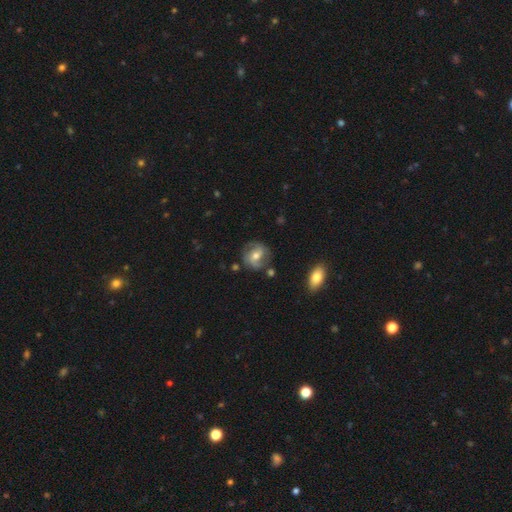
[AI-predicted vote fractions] A featured or disk galaxy (60%) with a weak bar (40%), spiral arms (80%) and a moderate central bulge (68%).

Vote fractions:
- Smooth or featured? featured or disk: 60% / smooth: 32% / star or artifact: 8%
- Edge-on disk? no: 96% / yes: 4%
- Bar? weak: 40% / no: 38% / strong: 22%
- Spiral arms? yes: 80% / no: 20%
- Bulge size? moderate: 68% / small: 26% / large: 4% / none: 1% / dominant: 1%
- Merging? none: 72% / minor disturbance: 17% / major disturbance: 6% / merger: 4%